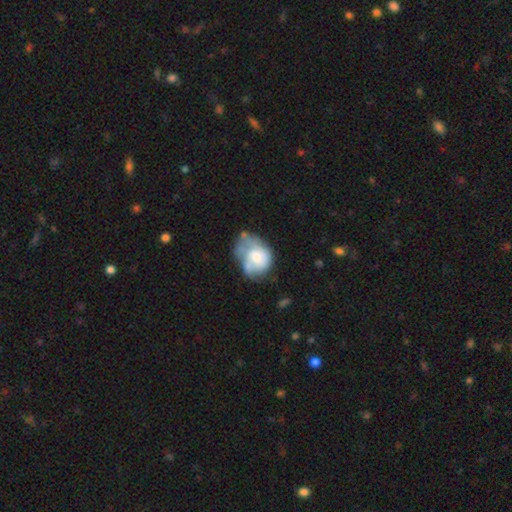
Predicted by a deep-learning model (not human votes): Q: Smooth or featured?
A: featured or disk (48%); runner-up: smooth (45%)
Q: Merging?
A: minor disturbance (31%); runner-up: major disturbance (30%)